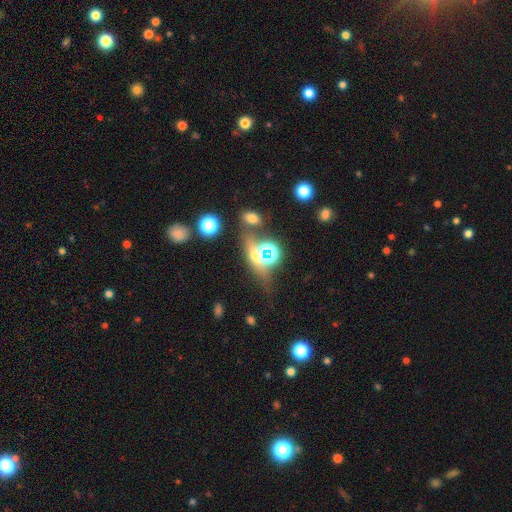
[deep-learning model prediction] A star or artifact, not a galaxy (50%).